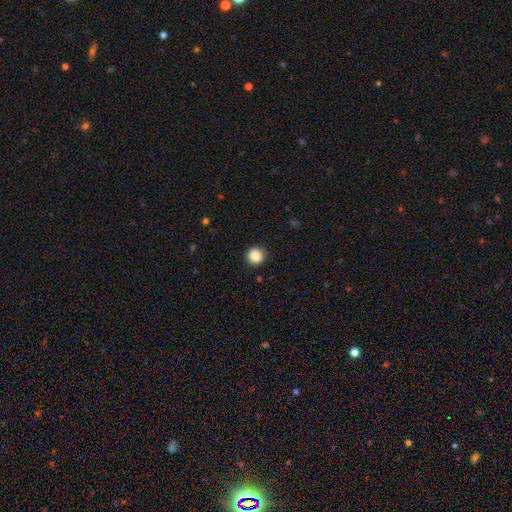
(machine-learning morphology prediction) Q: Smooth or featured?
A: smooth (87%); runner-up: star or artifact (10%)
Q: How rounded?
A: round (95%); runner-up: in between (4%)
Q: Merging?
A: none (92%); runner-up: minor disturbance (5%)